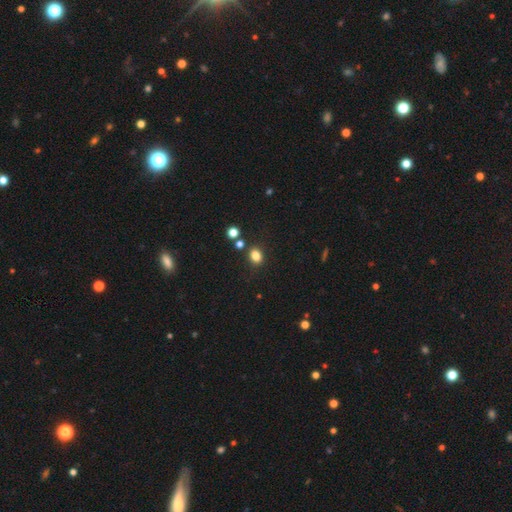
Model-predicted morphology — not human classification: Smooth or featured: smooth — 82% (star or artifact — 13%)
How rounded: in between — 57% (round — 42%)
Merging: none — 80% (minor disturbance — 11%)